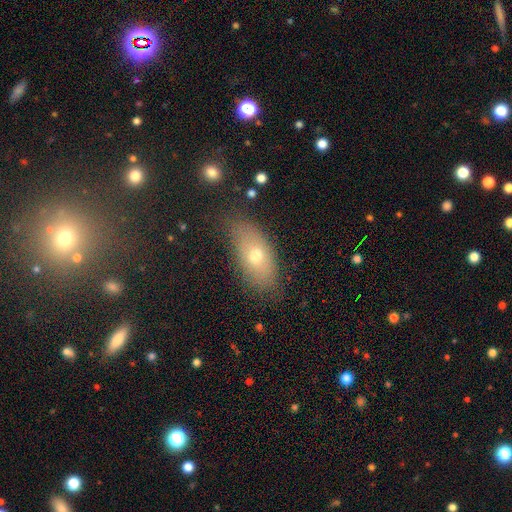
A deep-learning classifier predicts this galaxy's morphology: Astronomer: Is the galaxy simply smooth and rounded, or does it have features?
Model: smooth — 62%.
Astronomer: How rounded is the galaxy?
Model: in between — 86%.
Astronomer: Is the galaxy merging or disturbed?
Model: none — 75%.